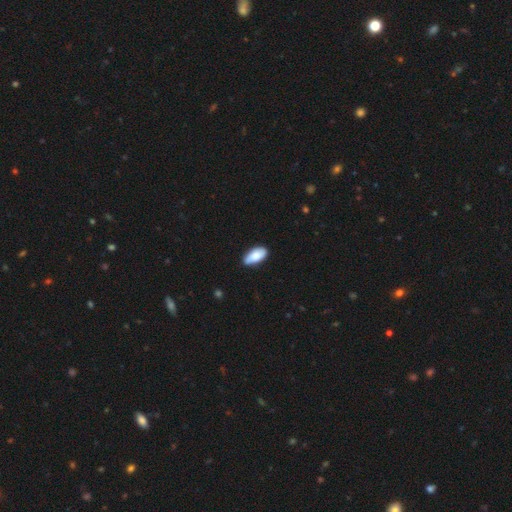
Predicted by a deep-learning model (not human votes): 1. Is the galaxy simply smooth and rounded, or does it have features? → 83% smooth, 11% featured or disk, 6% star or artifact.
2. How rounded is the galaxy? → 92% in between, 6% cigar-shaped, 2% round.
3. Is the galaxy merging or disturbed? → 73% none, 22% minor disturbance, 3% major disturbance, 2% merger.